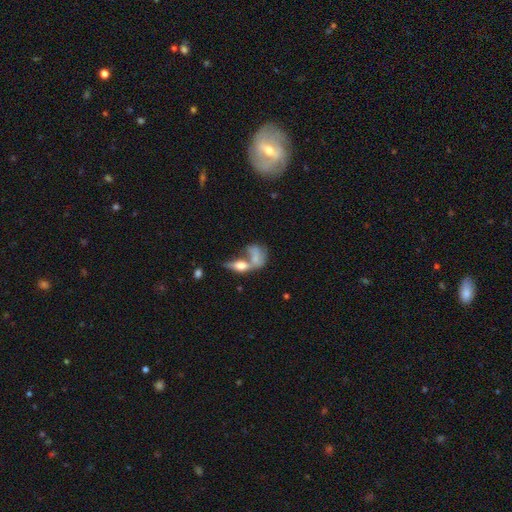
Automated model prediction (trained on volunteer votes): The model was most divided on "smooth or featured": smooth: 54%, featured or disk: 36%, star or artifact: 10%. More confident: how rounded — in between (72%); merging — merger (62%).